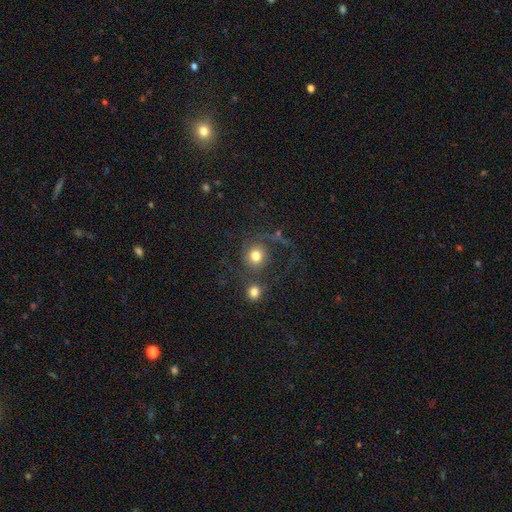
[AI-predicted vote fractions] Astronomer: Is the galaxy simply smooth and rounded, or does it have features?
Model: smooth — 64%.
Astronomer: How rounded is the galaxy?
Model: round — 87%.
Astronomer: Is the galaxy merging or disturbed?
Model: none — 49%.